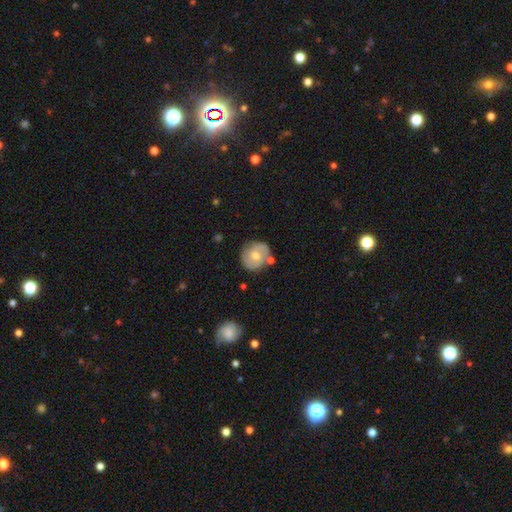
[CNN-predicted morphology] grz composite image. It shows a featured or disk galaxy (58%) with no bar (62%), spiral arms (83%) and a moderate central bulge (61%). Merging: none (70%).